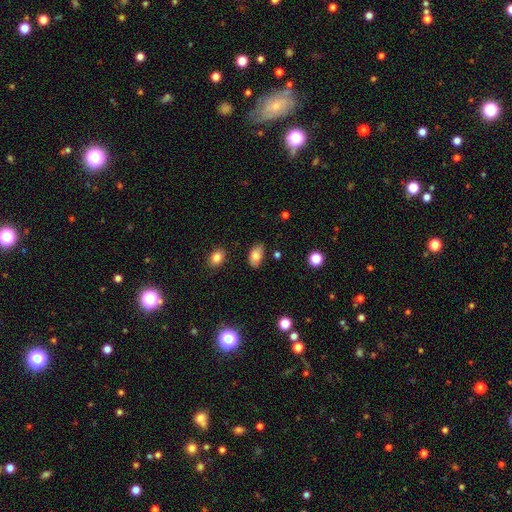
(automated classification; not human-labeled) A smooth galaxy with no disk features (81%) that is in between round and cigar-shaped (93%).

Vote fractions:
- Smooth or featured? smooth: 81% / featured or disk: 11% / star or artifact: 8%
- How rounded? in between: 93% / round: 5% / cigar-shaped: 2%
- Merging? none: 80% / minor disturbance: 15% / major disturbance: 3% / merger: 2%